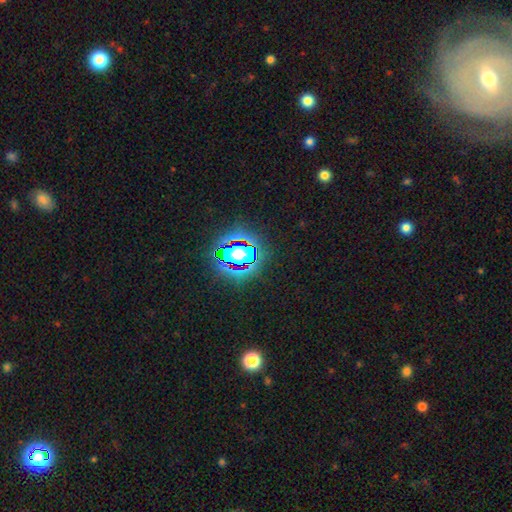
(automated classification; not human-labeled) Smooth or featured? Predicted: star or artifact (p=0.80).